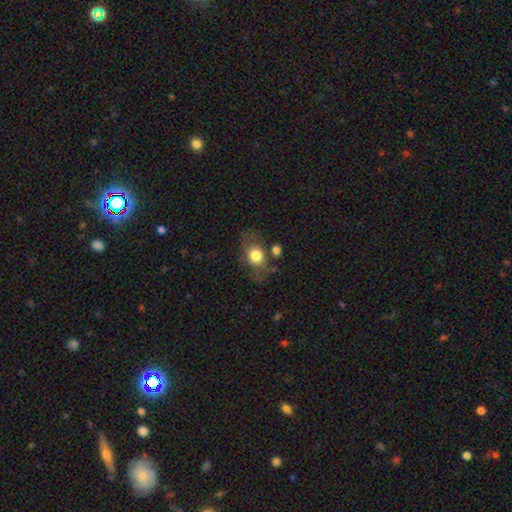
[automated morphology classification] Smooth or featured? Predicted: smooth (p=0.73). How rounded? Predicted: in between (p=0.57). Merging? Predicted: none (p=0.64).